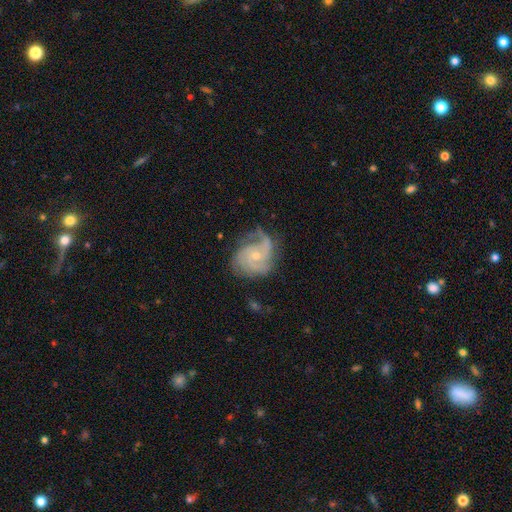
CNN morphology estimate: A featured or disk galaxy (85%) with no bar (71%), 3 (40%) medium (44%) spiral arms (96%) and a small central bulge (64%). Merging: none (60%).